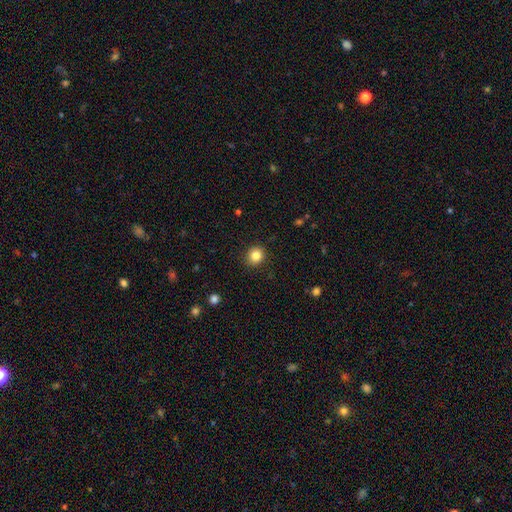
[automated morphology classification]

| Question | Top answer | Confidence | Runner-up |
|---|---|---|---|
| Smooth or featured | smooth | 84% | star or artifact (11%) |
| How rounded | round | 86% | in between (13%) |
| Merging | none | 91% | minor disturbance (6%) |